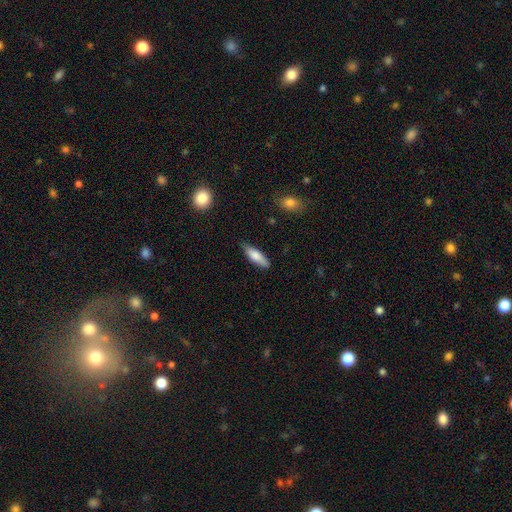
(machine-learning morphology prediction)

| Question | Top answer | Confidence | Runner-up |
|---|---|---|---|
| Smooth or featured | smooth | 76% | featured or disk (18%) |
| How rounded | cigar-shaped | 51% | in between (47%) |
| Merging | none | 78% | minor disturbance (18%) |